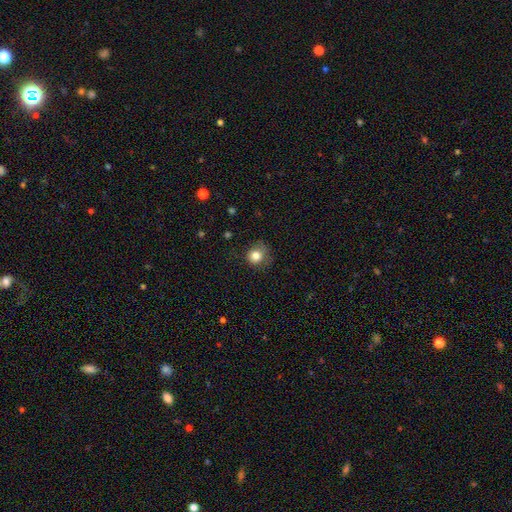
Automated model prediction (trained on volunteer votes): Overall: smooth (82%). How rounded: round (83%). Merging: none (65%).